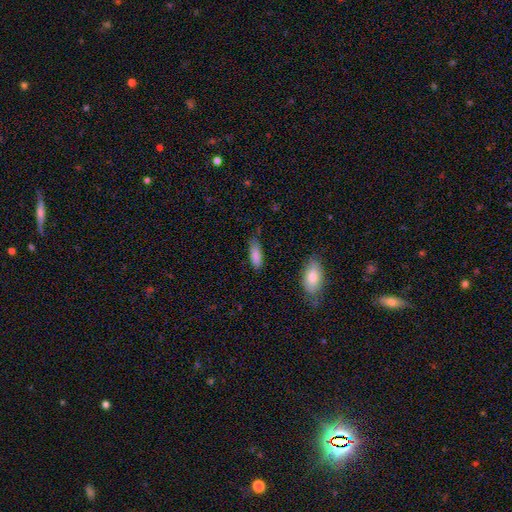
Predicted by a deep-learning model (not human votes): The model was most divided on "merging": none: 67%, minor disturbance: 25%, major disturbance: 5%, merger: 3%. More confident: smooth or featured — smooth (86%); how rounded — in between (75%).